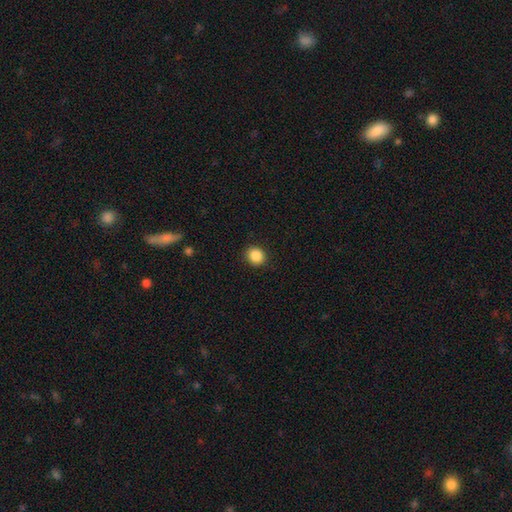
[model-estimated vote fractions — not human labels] A smooth galaxy with no disk features (87%) that is round (85%). Merging: none (90%).